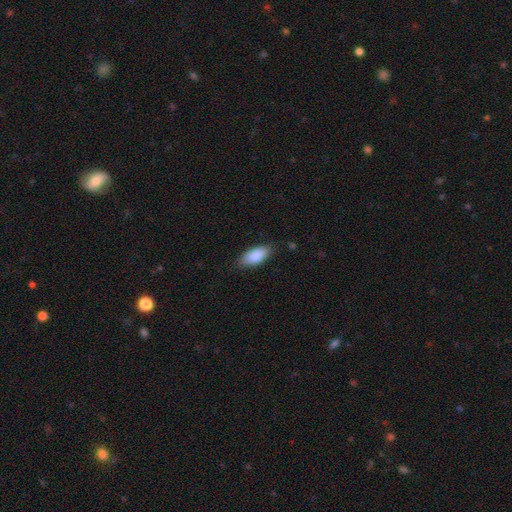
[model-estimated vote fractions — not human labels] smooth-or-featured: smooth: 88% | star or artifact: 6% | featured or disk: 6%
  how-rounded: in between: 88% | cigar-shaped: 10% | round: 2%
  merging: none: 81% | minor disturbance: 15% | major disturbance: 3% | merger: 1%